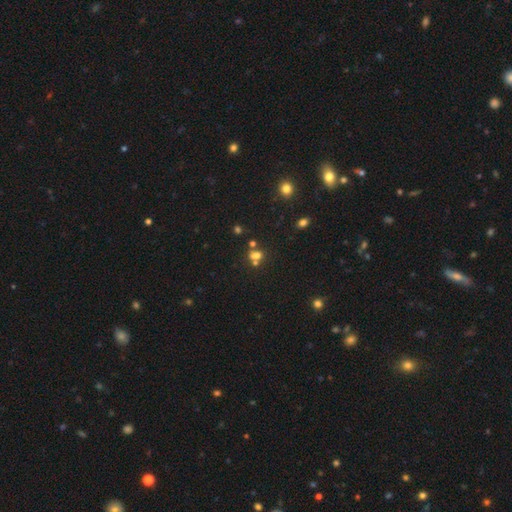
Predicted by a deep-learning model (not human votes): This is possibly a smooth galaxy (53%). How rounded: possibly round (60%). Merging: possibly none (49%).